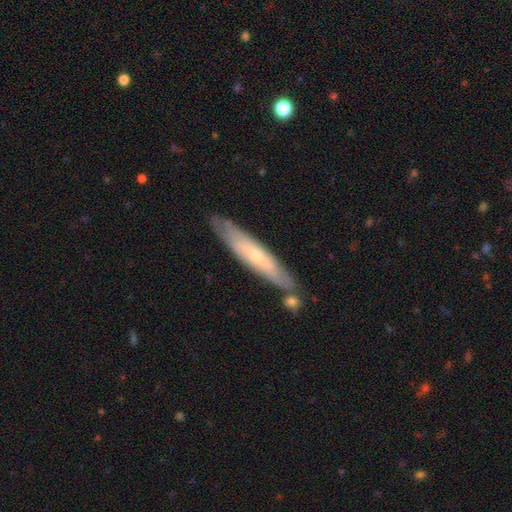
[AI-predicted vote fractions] Smooth or featured? featured or disk (53%)
Edge-on disk? yes (66%)
Merging? none (73%)